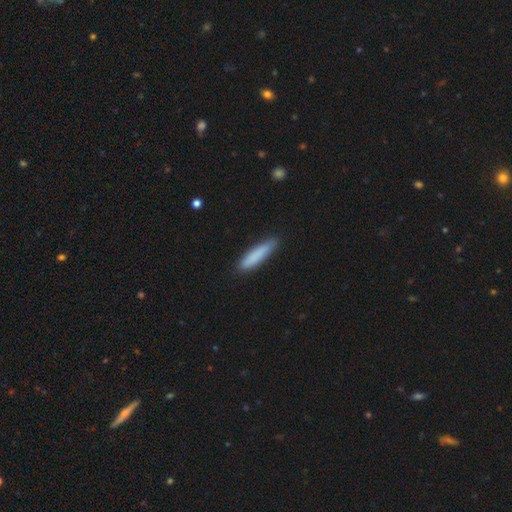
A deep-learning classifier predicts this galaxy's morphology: smooth_or_featured: smooth (p=0.85) [alt: featured or disk p=0.09]
how_rounded: cigar-shaped (p=0.84) [alt: in between p=0.15]
merging: none (p=0.85) [alt: minor disturbance p=0.12]